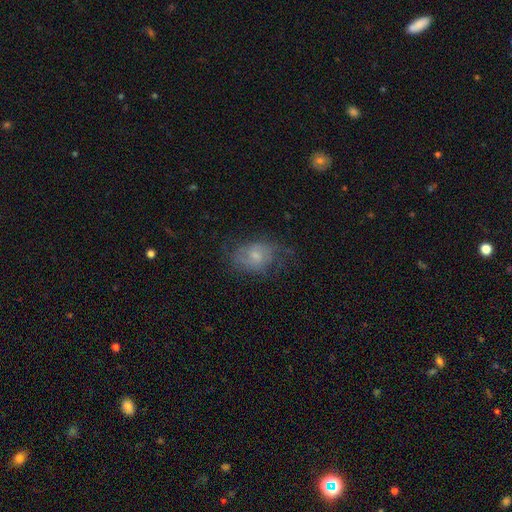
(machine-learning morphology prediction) featured or disk 52%, smooth 38%, star or artifact 10%. Down the decision tree: edge-on disk — no (96%); bar — no (56%); spiral arms — yes (76%); bulge size — small (55%); merging — none (54%).